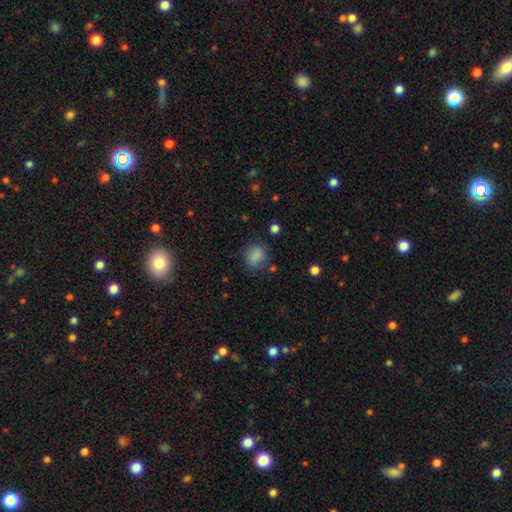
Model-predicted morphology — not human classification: type=smooth (82%); roundness=round (73%); merging=none (74%).